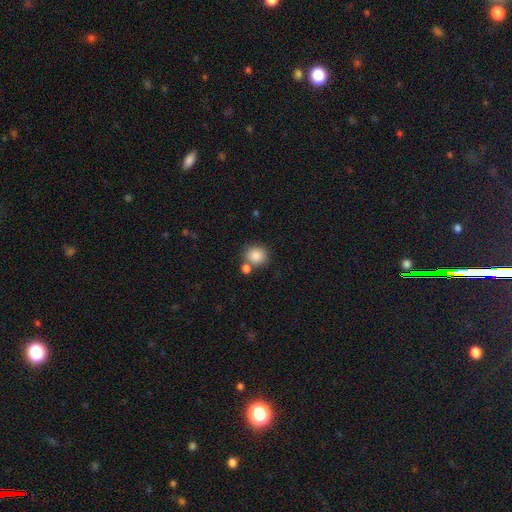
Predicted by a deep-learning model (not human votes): Q: Smooth or featured?
A: smooth (86%); runner-up: star or artifact (9%)
Q: How rounded?
A: round (85%); runner-up: in between (14%)
Q: Merging?
A: none (65%); runner-up: merger (21%)